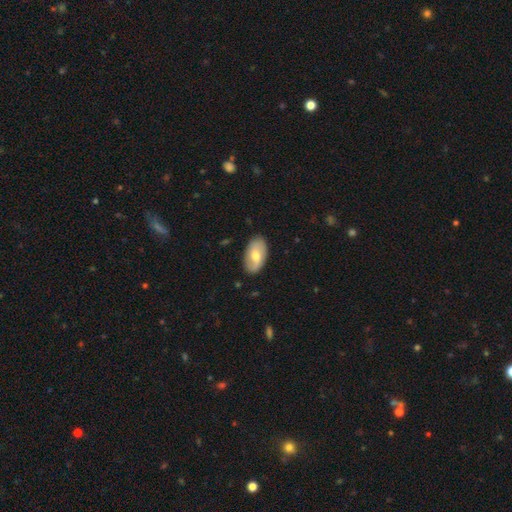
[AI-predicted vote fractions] A smooth galaxy with no disk features (55%) that is in between round and cigar-shaped (94%).

Vote fractions:
- Smooth or featured? smooth: 55% / featured or disk: 39% / star or artifact: 6%
- How rounded? in between: 94% / round: 4% / cigar-shaped: 2%
- Merging? none: 83% / minor disturbance: 13% / major disturbance: 3% / merger: 1%